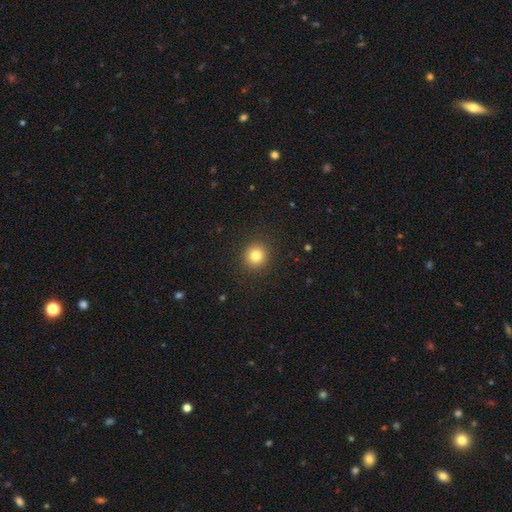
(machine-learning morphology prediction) type=smooth (81%); roundness=round (93%); merging=none (91%).